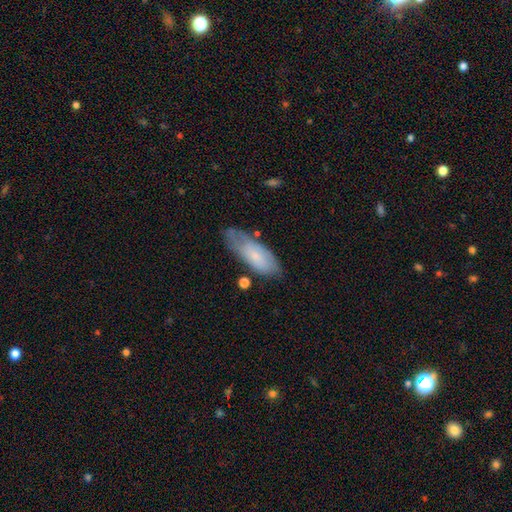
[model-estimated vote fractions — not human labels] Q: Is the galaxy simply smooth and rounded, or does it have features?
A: smooth — 63%.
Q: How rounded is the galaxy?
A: in between — 74%.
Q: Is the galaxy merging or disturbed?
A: none — 58%.